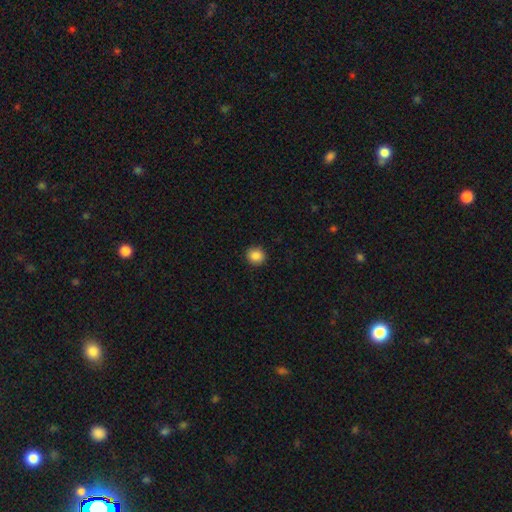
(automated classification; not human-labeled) Overall: smooth (87%). How rounded: round (84%). Merging: none (91%).